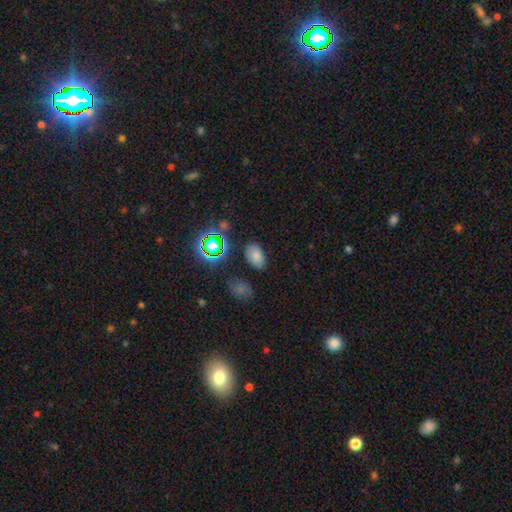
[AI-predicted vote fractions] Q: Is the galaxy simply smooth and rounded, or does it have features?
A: smooth — 73%.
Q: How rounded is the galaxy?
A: in between — 88%.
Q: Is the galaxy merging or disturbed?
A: none — 81%.